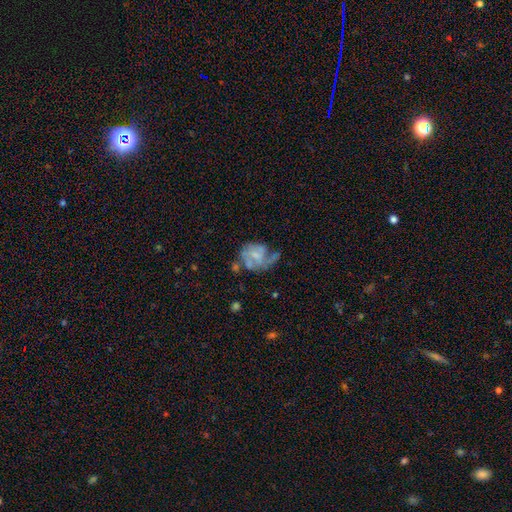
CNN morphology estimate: Smooth or featured? featured or disk (56%)
Edge-on disk? no (98%)
Bar? no (69%)
Spiral arms? no (51%)
Bulge size? small (40%)
Merging? major disturbance (34%)